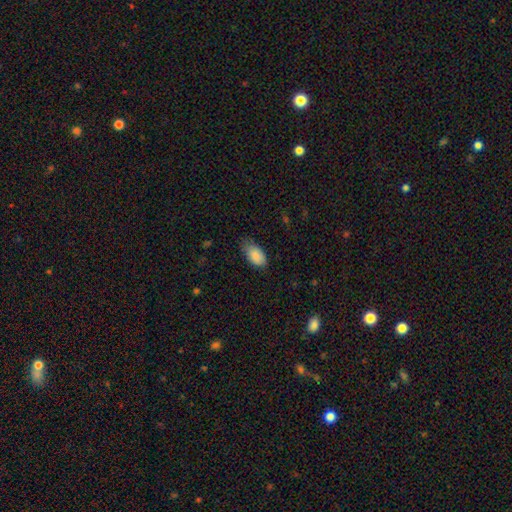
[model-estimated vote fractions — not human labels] Morphology: type=smooth (87%); roundness=in between (94%); merging=none (60%).